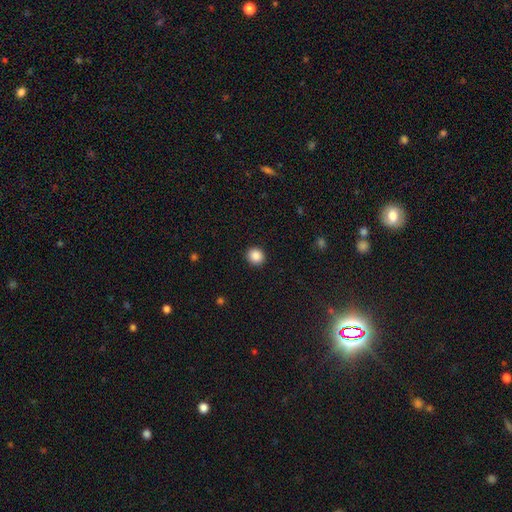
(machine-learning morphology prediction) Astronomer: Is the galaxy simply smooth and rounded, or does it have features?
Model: smooth — 87%.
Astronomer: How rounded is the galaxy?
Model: round — 88%.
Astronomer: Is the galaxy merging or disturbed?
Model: none — 92%.